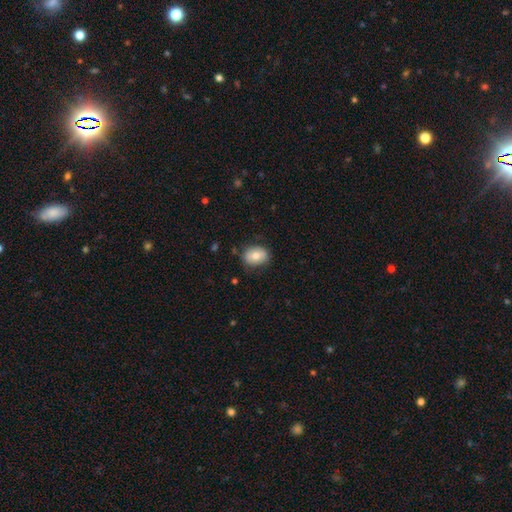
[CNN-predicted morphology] A smooth galaxy with no disk features (74%) that is in between round and cigar-shaped (63%). Merging: none (80%).